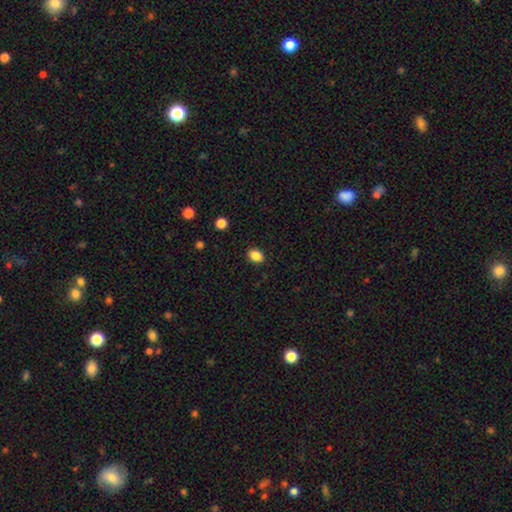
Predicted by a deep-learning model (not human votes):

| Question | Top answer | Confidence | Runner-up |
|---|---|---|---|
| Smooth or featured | smooth | 87% | star or artifact (10%) |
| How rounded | in between | 63% | round (36%) |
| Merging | none | 89% | minor disturbance (7%) |